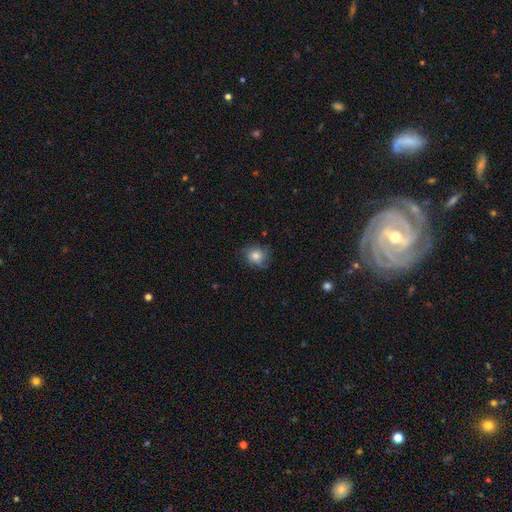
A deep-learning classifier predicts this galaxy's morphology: Smooth or featured: smooth — 72% (featured or disk — 17%)
How rounded: round — 75% (in between — 24%)
Merging: none — 71% (minor disturbance — 21%)